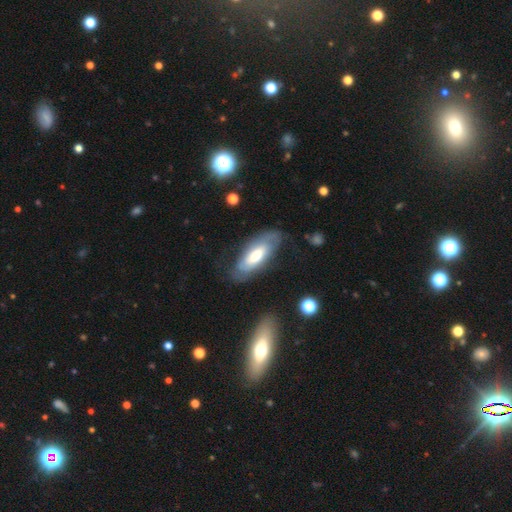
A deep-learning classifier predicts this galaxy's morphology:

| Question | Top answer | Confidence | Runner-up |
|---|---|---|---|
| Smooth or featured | featured or disk | 48% | smooth (46%) |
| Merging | none | 69% | minor disturbance (20%) |